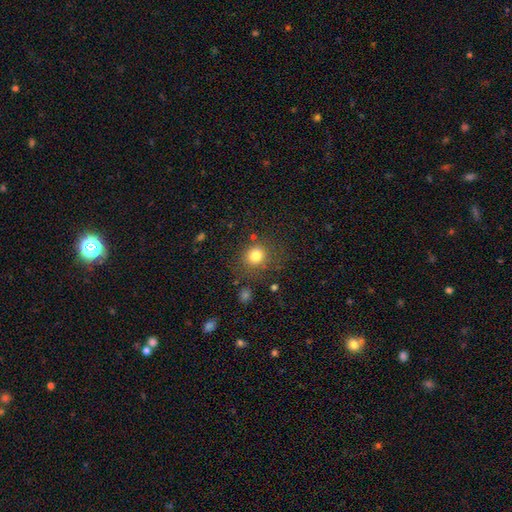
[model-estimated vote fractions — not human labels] Smooth or featured? Predicted: smooth (p=0.80). How rounded? Predicted: round (p=0.86). Merging? Predicted: none (p=0.78).